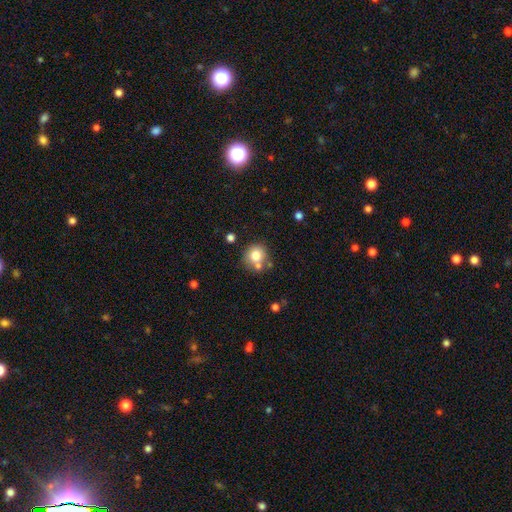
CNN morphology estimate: type=smooth (78%); roundness=round (88%); merging=none (66%).